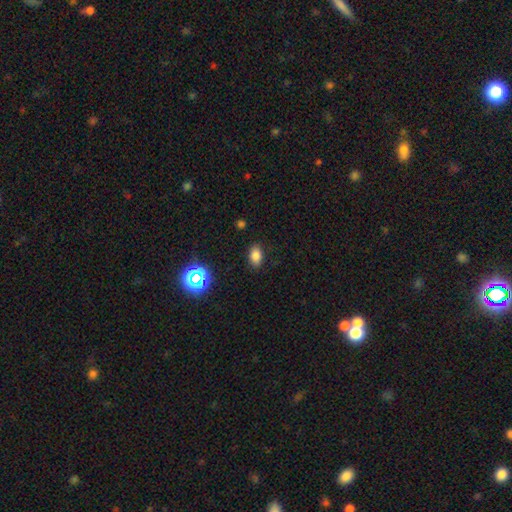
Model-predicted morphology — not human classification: Smooth or featured? Predicted: smooth (p=0.80). How rounded? Predicted: in between (p=0.87). Merging? Predicted: none (p=0.87).